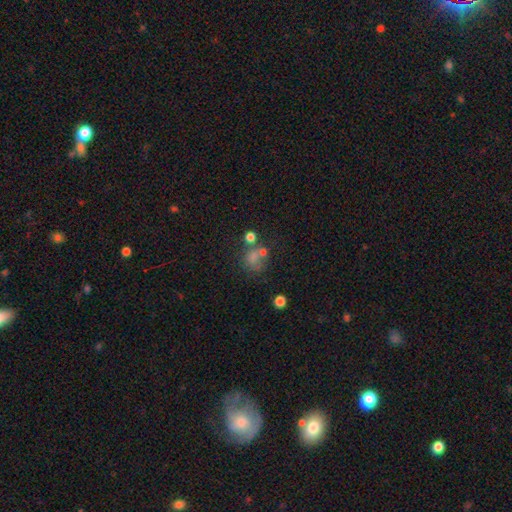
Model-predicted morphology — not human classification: smooth-or-featured: smooth: 61% | star or artifact: 22% | featured or disk: 17%
  how-rounded: round: 67% | in between: 32% | cigar-shaped: 1%
  merging: none: 40% | merger: 27% | major disturbance: 17% | minor disturbance: 15%